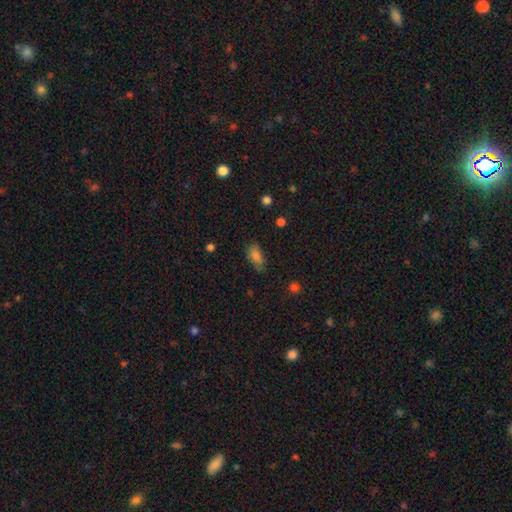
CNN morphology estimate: Overall: smooth (81%). How rounded: in between (86%). Merging: none (66%).